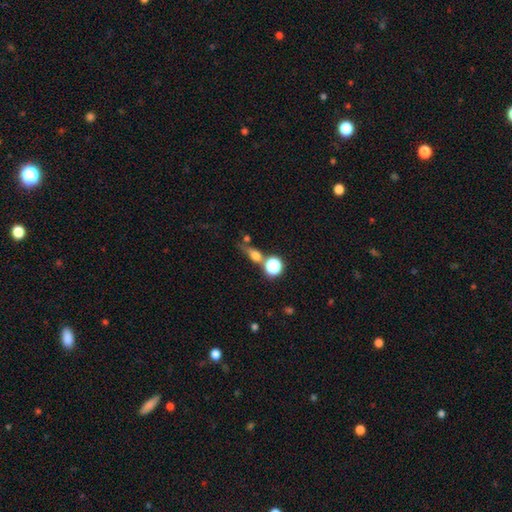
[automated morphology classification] The model was most divided on "how rounded": round: 47%, in between: 36%, cigar-shaped: 17%. Remaining: smooth or featured — smooth (60%); merging — none (47%).